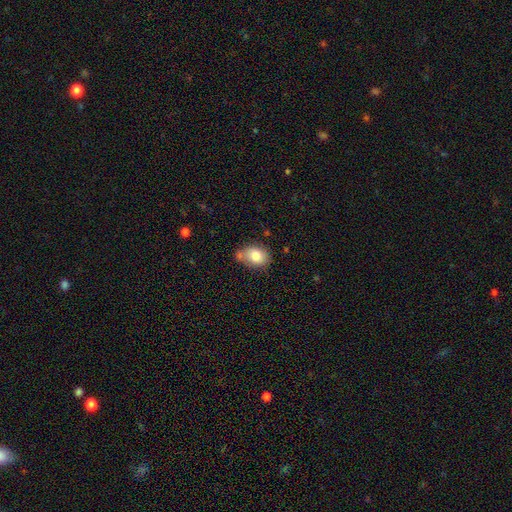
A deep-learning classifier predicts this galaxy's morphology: Smooth or featured? smooth (80%)
How rounded? in between (70%)
Merging? none (58%)